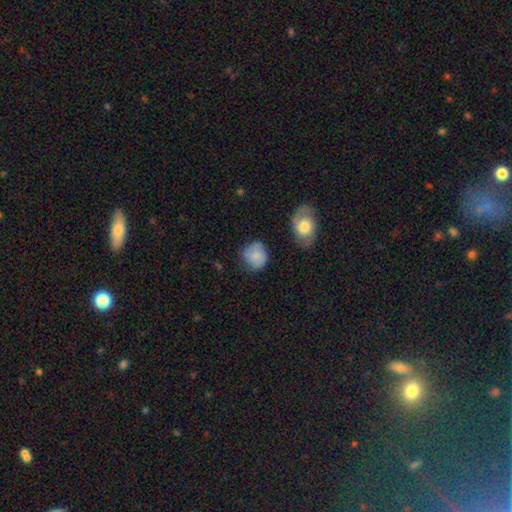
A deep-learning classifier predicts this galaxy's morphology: This is likely a smooth galaxy (79%). How rounded: likely round (77%). Merging: likely none (72%).